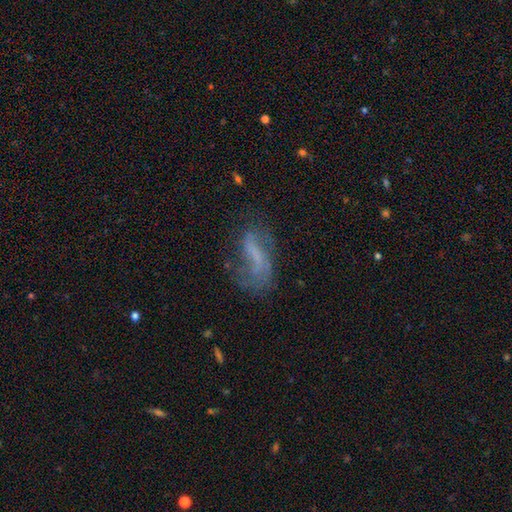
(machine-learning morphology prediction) featured or disk 59%, smooth 29%, star or artifact 12%. Down the decision tree: edge-on disk — no (92%); bar — weak (37%); spiral arms — yes (72%); bulge size — none (62%); merging — none (49%).